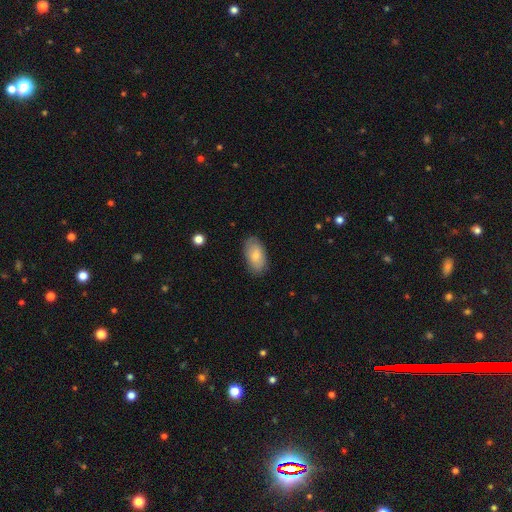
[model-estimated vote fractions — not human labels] Q: Smooth or featured?
A: smooth (76%); runner-up: featured or disk (18%)
Q: How rounded?
A: in between (94%); runner-up: round (4%)
Q: Merging?
A: none (83%); runner-up: minor disturbance (13%)